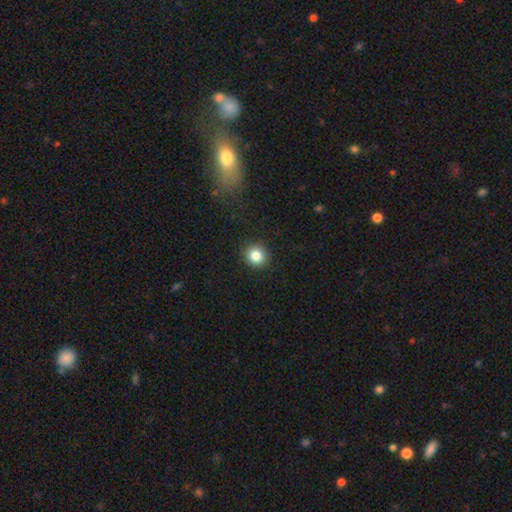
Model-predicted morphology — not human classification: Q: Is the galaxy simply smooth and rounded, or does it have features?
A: smooth — 84%.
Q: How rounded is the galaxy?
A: round — 88%.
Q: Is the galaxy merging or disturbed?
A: none — 91%.